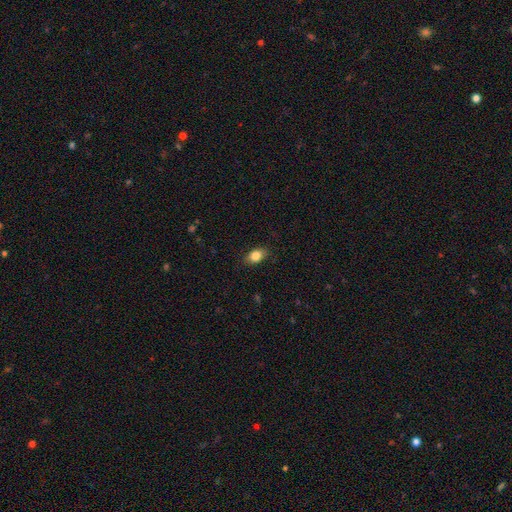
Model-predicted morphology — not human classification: Smooth or featured: smooth — 84% (star or artifact — 9%)
How rounded: in between — 80% (round — 18%)
Merging: none — 85% (minor disturbance — 11%)